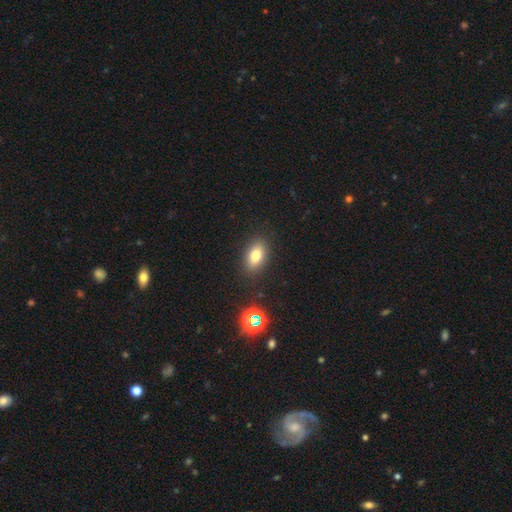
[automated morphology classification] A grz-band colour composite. It shows a smooth galaxy with no disk features (78%) that is in between round and cigar-shaped (86%). Merging: none (87%).